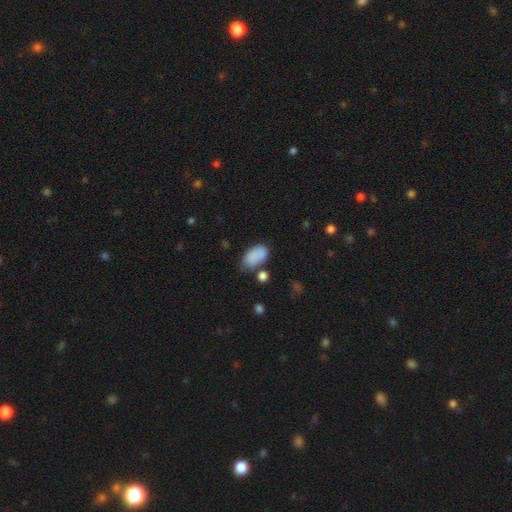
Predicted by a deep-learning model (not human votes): Smooth or featured? smooth (84%)
How rounded? in between (93%)
Merging? none (54%)